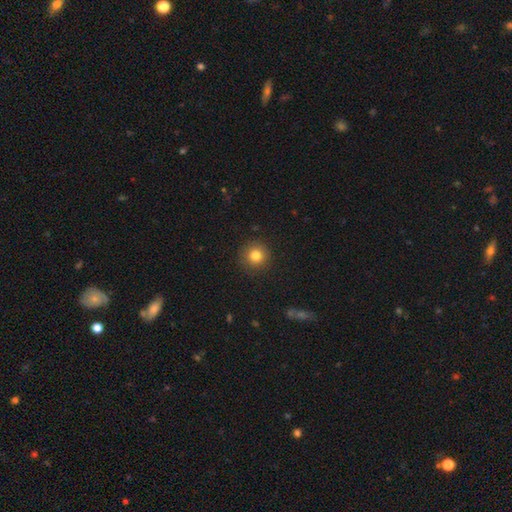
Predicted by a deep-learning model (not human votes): Smooth or featured? smooth (81%)
How rounded? round (95%)
Merging? none (90%)